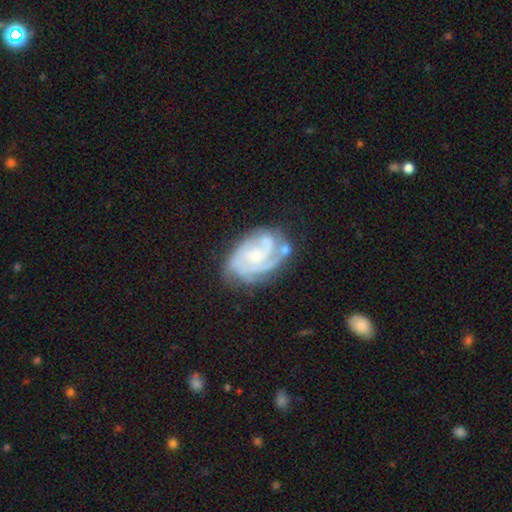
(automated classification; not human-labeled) Smooth or featured: featured or disk — 86% (smooth — 9%)
Edge-on disk: no — 97% (yes — 3%)
Bar: no — 64% (weak — 29%)
Spiral arms: yes — 97% (no — 3%)
Spiral winding: tight — 65% (medium — 29%)
Spiral arm count: 3 — 35% (2 — 30%)
Bulge size: small — 57% (moderate — 31%)
Merging: none — 62% (minor disturbance — 23%)